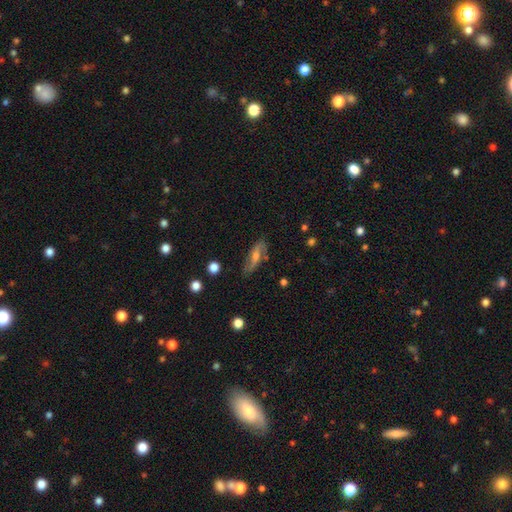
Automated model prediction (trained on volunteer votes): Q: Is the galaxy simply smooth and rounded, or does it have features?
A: featured or disk — 66%.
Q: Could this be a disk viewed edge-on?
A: no — 79%.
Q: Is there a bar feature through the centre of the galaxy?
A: no — 41%, tied with weak.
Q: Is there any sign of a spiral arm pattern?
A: yes — 87%.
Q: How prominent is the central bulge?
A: moderate — 52%.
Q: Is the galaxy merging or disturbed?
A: none — 73%.